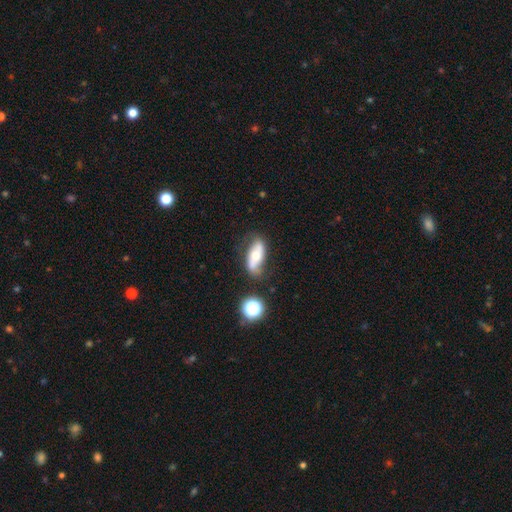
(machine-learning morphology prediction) A featured or disk galaxy (50%).

Vote fractions:
- Smooth or featured? featured or disk: 50% / smooth: 41% / star or artifact: 9%
- Merging? none: 62% / minor disturbance: 23% / major disturbance: 8% / merger: 7%